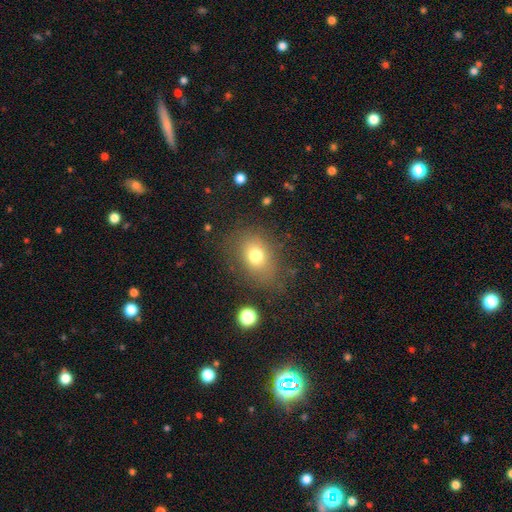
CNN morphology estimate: Overall: smooth (73%). How rounded: in between (65%; round 34%). Merging: none (73%).